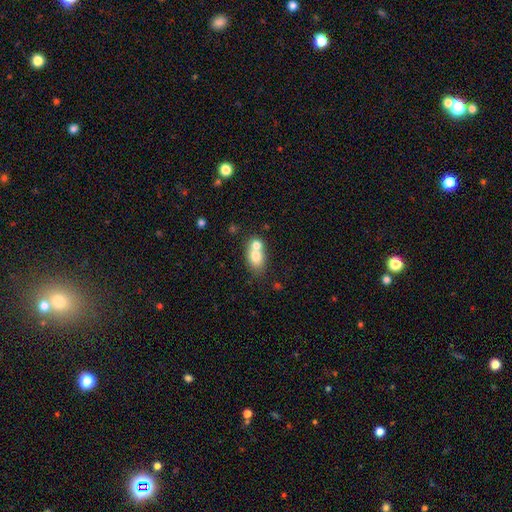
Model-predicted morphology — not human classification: A smooth galaxy with no disk features (72%) that is in between round and cigar-shaped (61%). Merging: merger (58%).